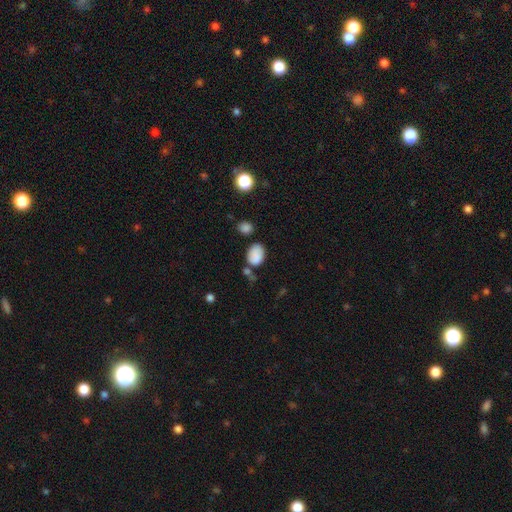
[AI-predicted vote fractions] Smooth or featured: smooth — 85% (star or artifact — 9%)
How rounded: in between — 80% (round — 19%)
Merging: none — 56% (minor disturbance — 23%)